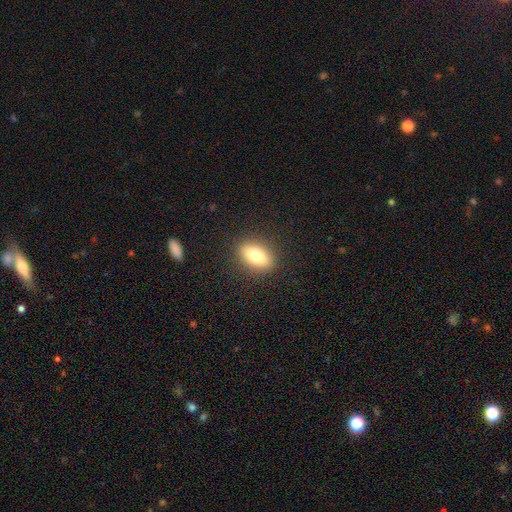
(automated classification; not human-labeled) Overall: smooth (79%). How rounded: in between (83%). Merging: none (88%).